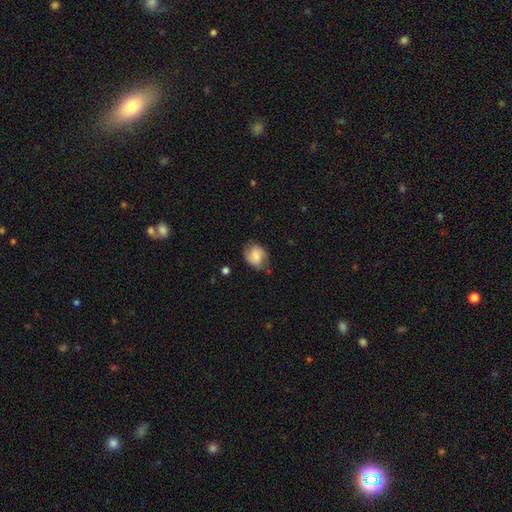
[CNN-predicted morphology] Smooth or featured? Predicted: smooth (p=0.64). How rounded? Predicted: round (p=0.51). Merging? Predicted: none (p=0.58).